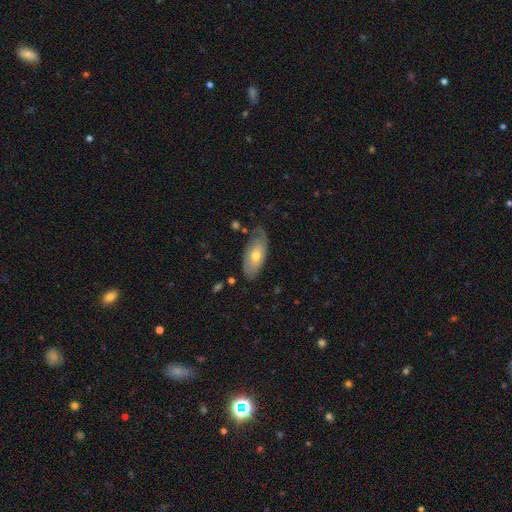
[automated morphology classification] Q: Smooth or featured?
A: smooth (52%); runner-up: featured or disk (43%)
Q: How rounded?
A: in between (87%); runner-up: cigar-shaped (10%)
Q: Merging?
A: none (65%); runner-up: minor disturbance (26%)